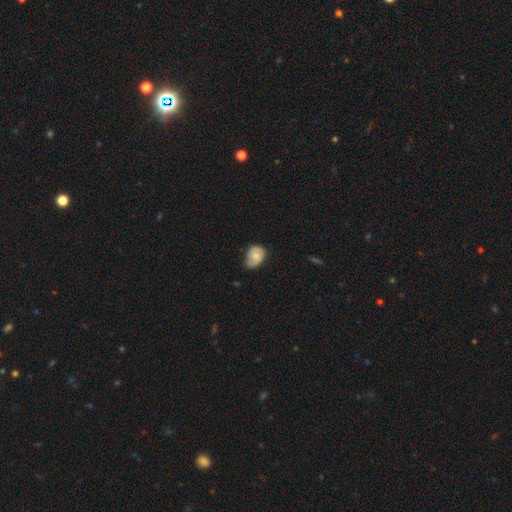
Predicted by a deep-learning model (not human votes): Overall: smooth (59%; featured or disk 34%). How rounded: in between (72%). Merging: none (57%; minor disturbance 35%).